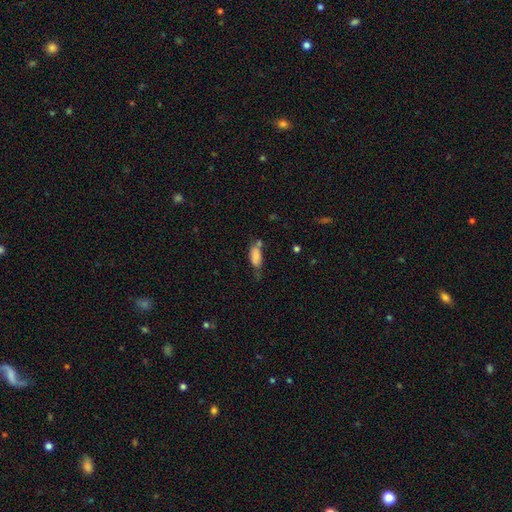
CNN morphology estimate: type=smooth (81%); roundness=in between (83%); merging=none (43%).